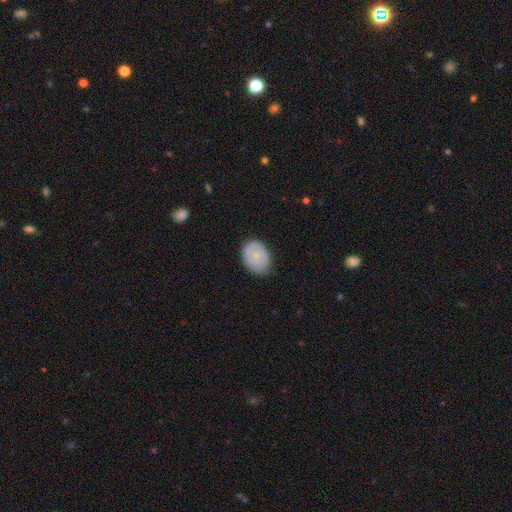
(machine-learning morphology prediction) smooth 71%, featured or disk 22%, star or artifact 7%. Down the decision tree: how rounded — in between (69%); merging — none (79%).